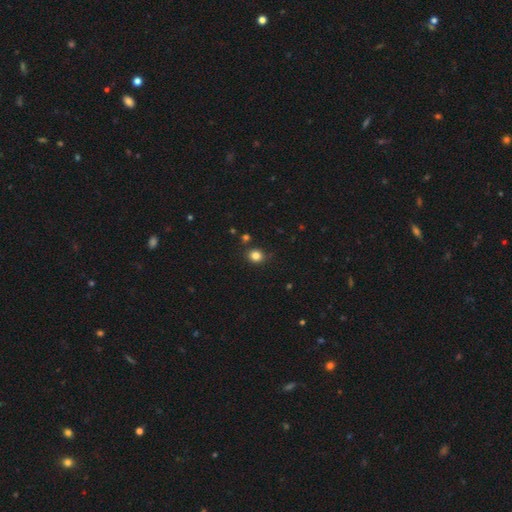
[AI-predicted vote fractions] smooth 83%, star or artifact 13%, featured or disk 5%. Down the decision tree: how rounded — round (78%); merging — none (85%).